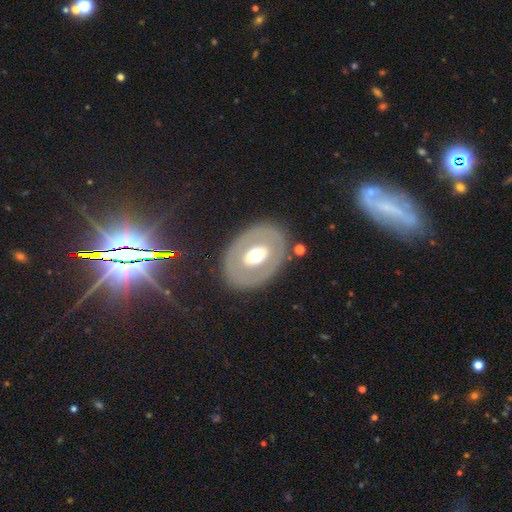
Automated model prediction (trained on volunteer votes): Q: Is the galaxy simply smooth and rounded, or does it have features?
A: featured or disk — 53%.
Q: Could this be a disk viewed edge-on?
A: no — 91%.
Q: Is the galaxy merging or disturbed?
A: none — 81%.